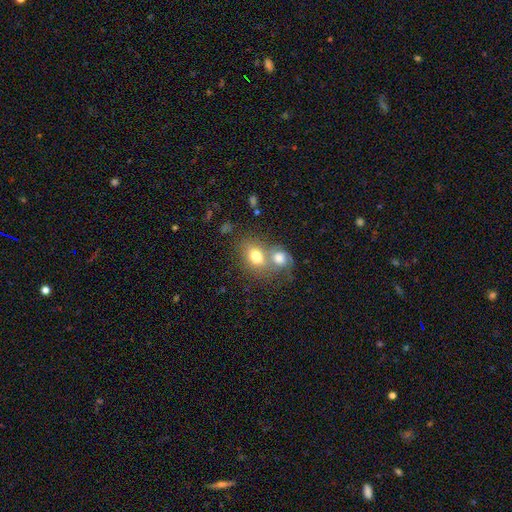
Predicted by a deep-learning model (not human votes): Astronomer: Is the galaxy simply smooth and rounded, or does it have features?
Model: smooth — 72%.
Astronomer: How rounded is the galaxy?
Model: in between — 60% (runner-up: round, 39%).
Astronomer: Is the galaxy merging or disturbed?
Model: merger — 60%.